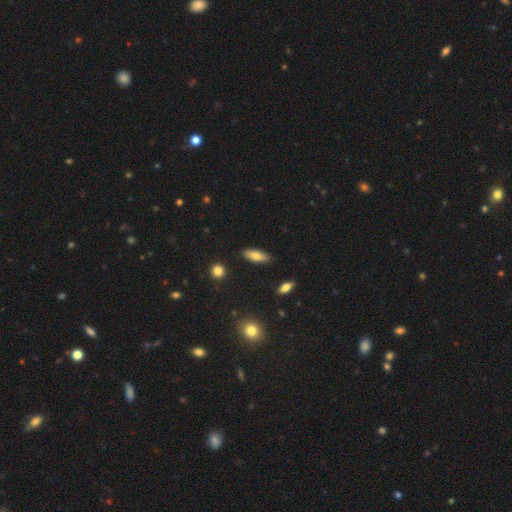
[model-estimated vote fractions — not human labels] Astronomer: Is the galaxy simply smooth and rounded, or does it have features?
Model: smooth — 75%.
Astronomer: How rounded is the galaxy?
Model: in between — 69%.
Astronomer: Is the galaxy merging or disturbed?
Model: none — 86%.